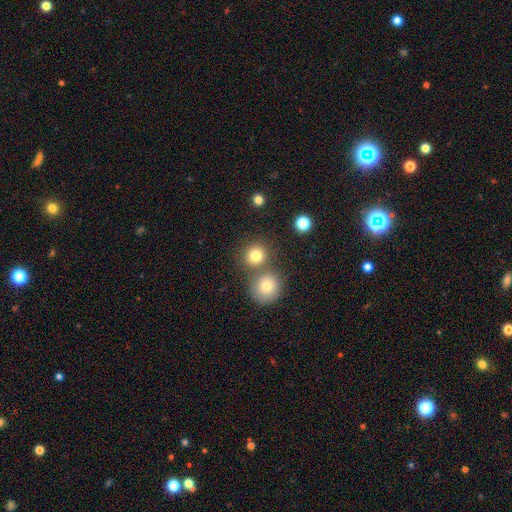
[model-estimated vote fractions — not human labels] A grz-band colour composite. It shows a smooth galaxy with no disk features (79%) that is round (89%). Merging: none (67%).